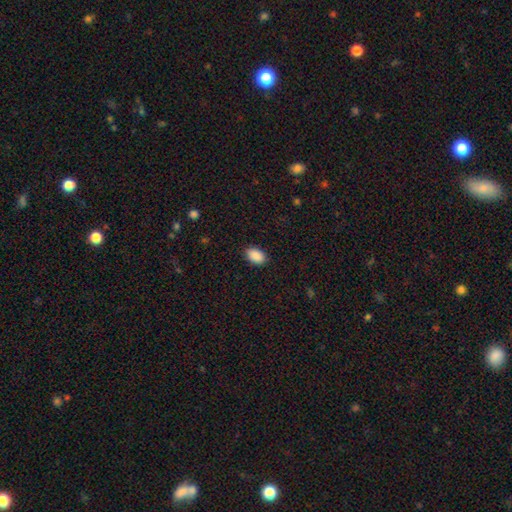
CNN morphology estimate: smooth_or_featured: smooth (p=0.90) [alt: star or artifact p=0.07]
how_rounded: in between (p=0.90) [alt: round p=0.09]
merging: none (p=0.88) [alt: minor disturbance p=0.09]